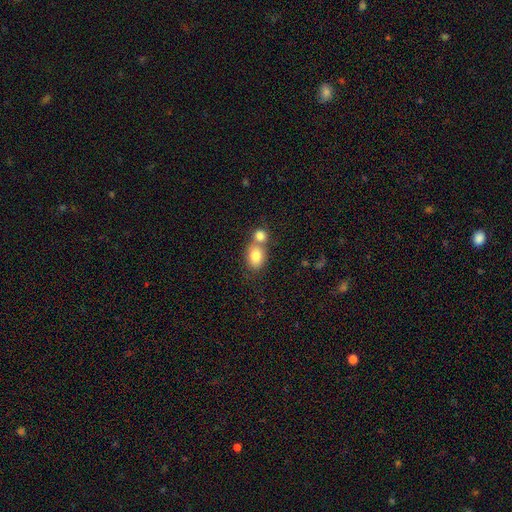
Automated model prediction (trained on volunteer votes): This is clearly a smooth galaxy (82%). How rounded: likely in between (61%). Merging: possibly merger (50%).